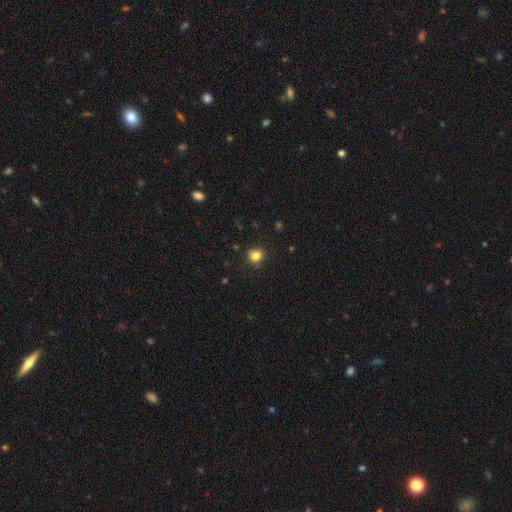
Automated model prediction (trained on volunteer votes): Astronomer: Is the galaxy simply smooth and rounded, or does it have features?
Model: smooth — 82%.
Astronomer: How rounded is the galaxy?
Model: round — 80%.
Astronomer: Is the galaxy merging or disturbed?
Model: none — 83%.